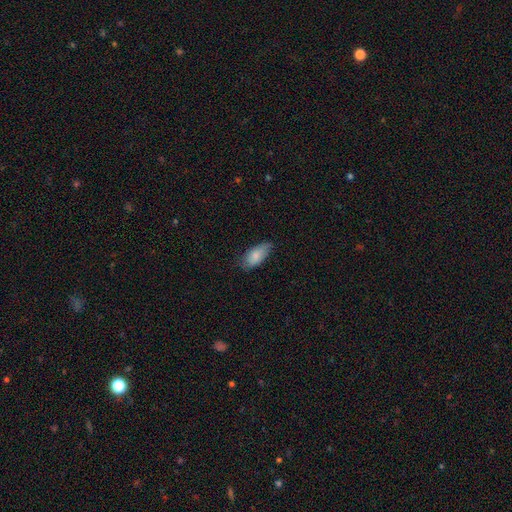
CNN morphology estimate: smooth 80%, featured or disk 14%, star or artifact 6%. Down the decision tree: how rounded — in between (89%); merging — none (65%).